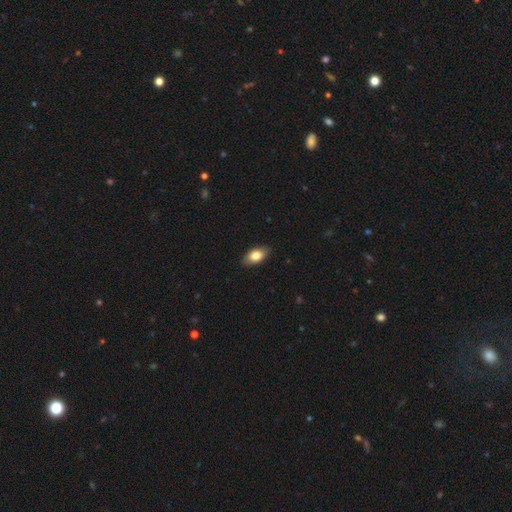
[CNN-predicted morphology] smooth-or-featured: smooth: 81% | featured or disk: 12% | star or artifact: 7%
  how-rounded: in between: 91% | round: 5% | cigar-shaped: 4%
  merging: none: 87% | minor disturbance: 10% | major disturbance: 2% | merger: 1%